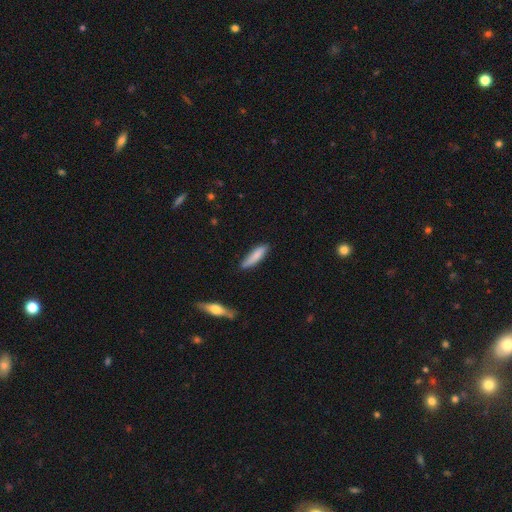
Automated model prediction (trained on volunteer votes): smooth-or-featured: smooth: 81% | featured or disk: 13% | star or artifact: 6%
  how-rounded: cigar-shaped: 75% | in between: 24% | round: 1%
  merging: none: 76% | minor disturbance: 19% | major disturbance: 3% | merger: 2%